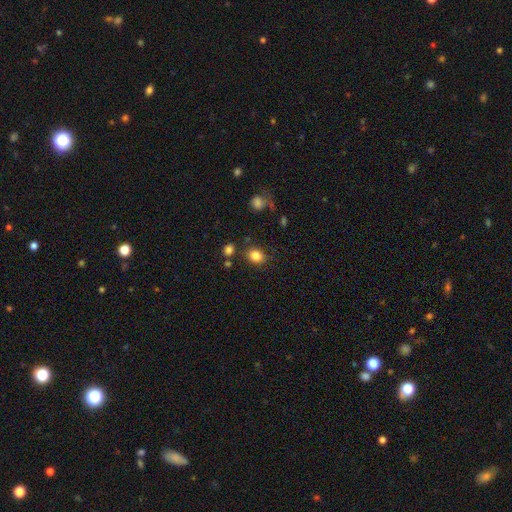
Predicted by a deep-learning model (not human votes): smooth_or_featured: smooth (p=0.83) [alt: star or artifact p=0.11]
how_rounded: round (p=0.56) [alt: in between p=0.43]
merging: none (p=0.80) [alt: minor disturbance p=0.11]